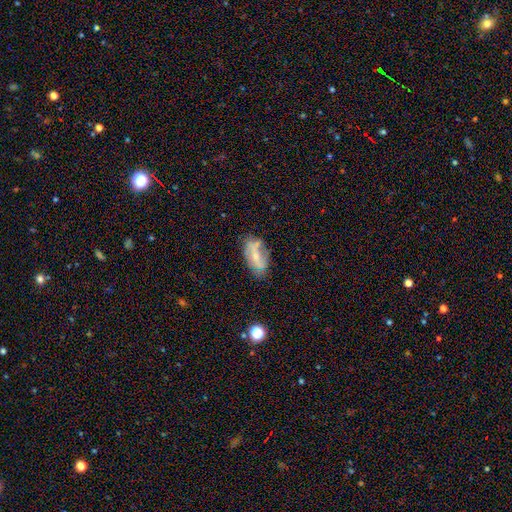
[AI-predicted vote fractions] Smooth or featured? featured or disk (58%)
Edge-on disk? no (89%)
Bar? weak (38%)
Spiral arms? yes (62%)
Bulge size? small (62%)
Merging? none (64%)